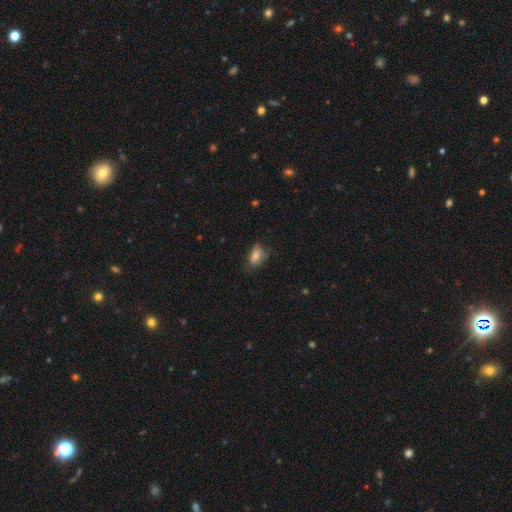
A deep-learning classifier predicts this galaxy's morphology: The model was most divided on "merging": none: 54%, minor disturbance: 31%, major disturbance: 13%, merger: 2%. More confident: how rounded — in between (86%); smooth or featured — smooth (67%).